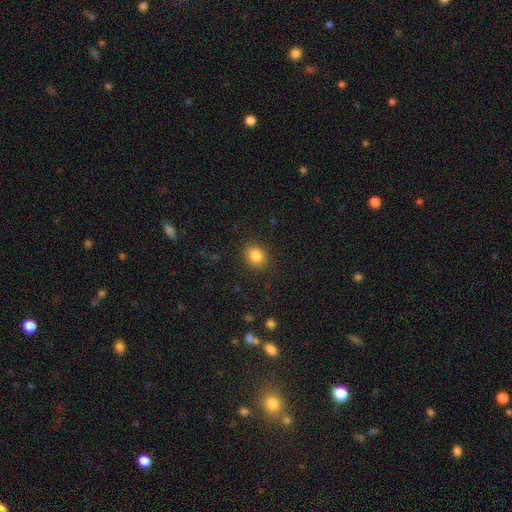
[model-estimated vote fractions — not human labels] Smooth or featured? Predicted: smooth (p=0.85). How rounded? Predicted: round (p=0.54). Merging? Predicted: none (p=0.88).